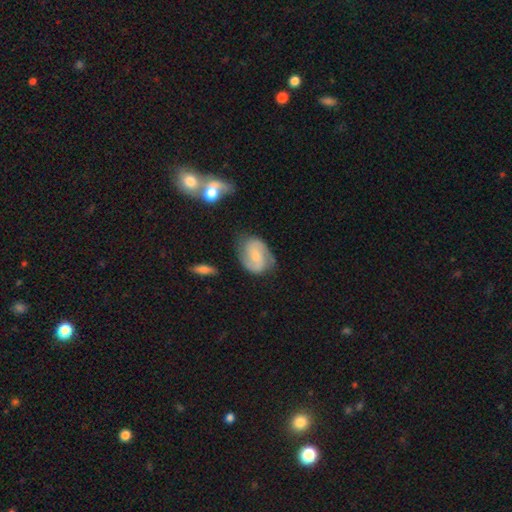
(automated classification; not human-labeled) A featured or disk galaxy (73%) with no bar (48%), 2 (87%) medium (48%) spiral arms (94%) and a small central bulge (58%).

Vote fractions:
- Smooth or featured? featured or disk: 73% / smooth: 20% / star or artifact: 6%
- Edge-on disk? no: 97% / yes: 3%
- Bar? no: 48% / weak: 40% / strong: 12%
- Spiral arms? yes: 94% / no: 6%
- Spiral winding? medium: 48% / tight: 31% / loose: 21%
- Spiral arm count? 2: 87% / can't tell: 7% / 3: 2% / 1: 2% / 4: 1% / more than 4: 1%
- Bulge size? small: 58% / moderate: 30% / none: 8% / large: 2% / dominant: 1%
- Merging? none: 72% / minor disturbance: 19% / major disturbance: 6% / merger: 3%